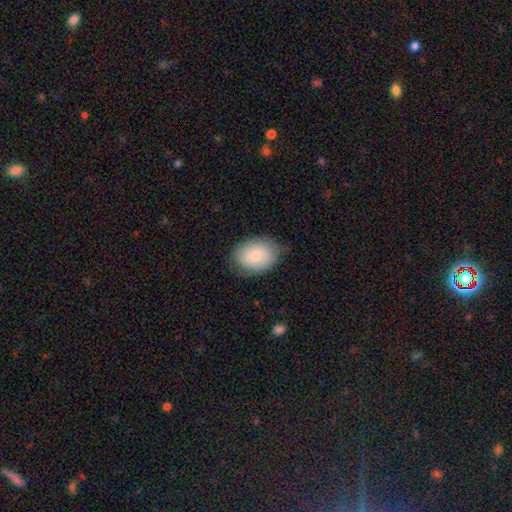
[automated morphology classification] smooth-or-featured: smooth: 67% | featured or disk: 26% | star or artifact: 7%
  how-rounded: in between: 66% | round: 34% | cigar-shaped: 1%
  merging: none: 75% | minor disturbance: 19% | major disturbance: 5% | merger: 1%